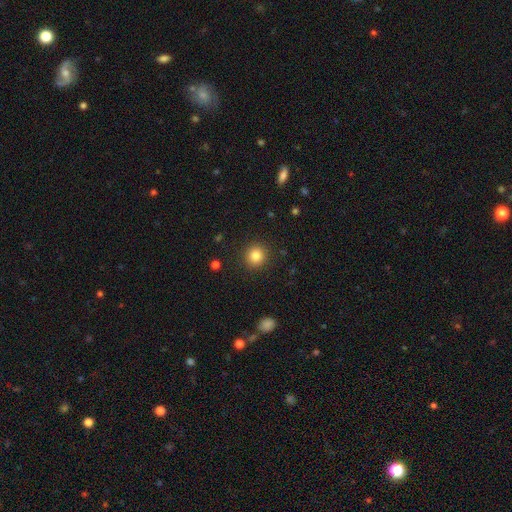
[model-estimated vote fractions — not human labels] A smooth galaxy with no disk features (83%) that is round (92%). Merging: none (91%).